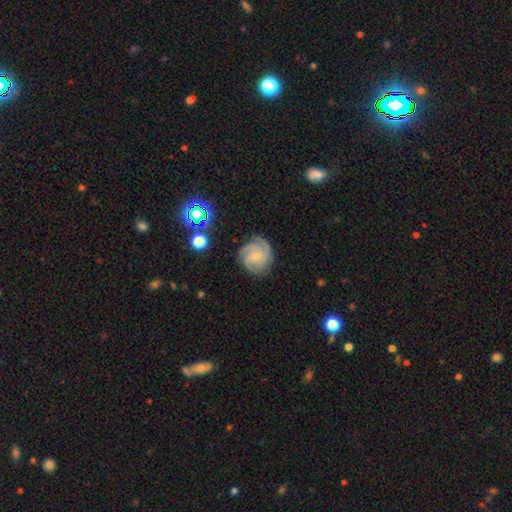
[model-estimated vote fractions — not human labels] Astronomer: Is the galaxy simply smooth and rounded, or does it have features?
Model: featured or disk — 82%.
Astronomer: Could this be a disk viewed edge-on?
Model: no — 98%.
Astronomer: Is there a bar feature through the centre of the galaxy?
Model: no — 59% (runner-up: weak, 35%).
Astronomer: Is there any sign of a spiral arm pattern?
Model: yes — 97%.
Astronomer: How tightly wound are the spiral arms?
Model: tight — 59% (runner-up: medium, 35%).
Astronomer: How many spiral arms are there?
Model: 3 — 42% (runner-up: 4, 25%).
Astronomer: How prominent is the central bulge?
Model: small — 66%.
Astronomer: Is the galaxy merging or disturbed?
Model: none — 77%.